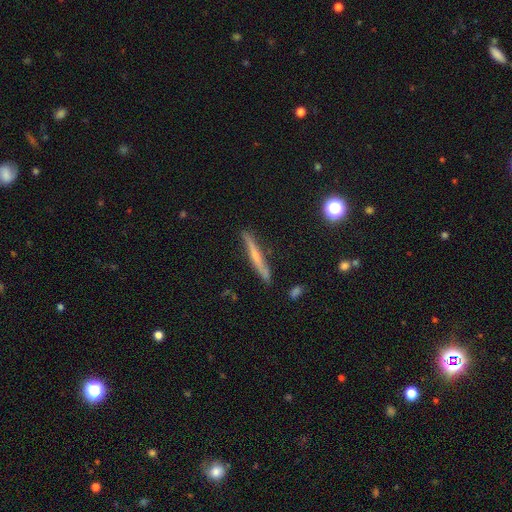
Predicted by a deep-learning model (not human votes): Q: Smooth or featured?
A: featured or disk (61%); runner-up: smooth (31%)
Q: Edge-on disk?
A: yes (96%); runner-up: no (4%)
Q: Edge-on bulge?
A: rounded (61%); runner-up: none (33%)
Q: Merging?
A: none (88%); runner-up: minor disturbance (9%)